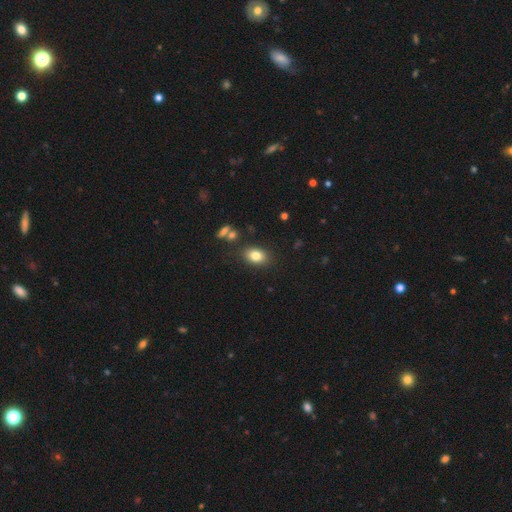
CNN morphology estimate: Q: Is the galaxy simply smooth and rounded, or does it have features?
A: smooth — 81%.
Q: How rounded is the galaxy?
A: in between — 79%.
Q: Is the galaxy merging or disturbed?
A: none — 83%.